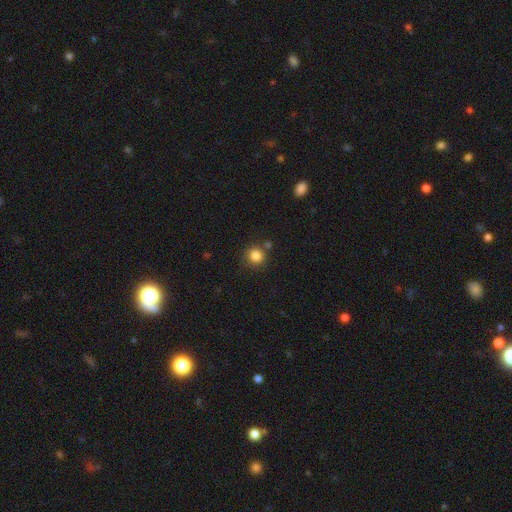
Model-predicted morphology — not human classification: Q: Smooth or featured?
A: smooth (83%); runner-up: star or artifact (11%)
Q: How rounded?
A: round (92%); runner-up: in between (7%)
Q: Merging?
A: none (76%); runner-up: minor disturbance (11%)